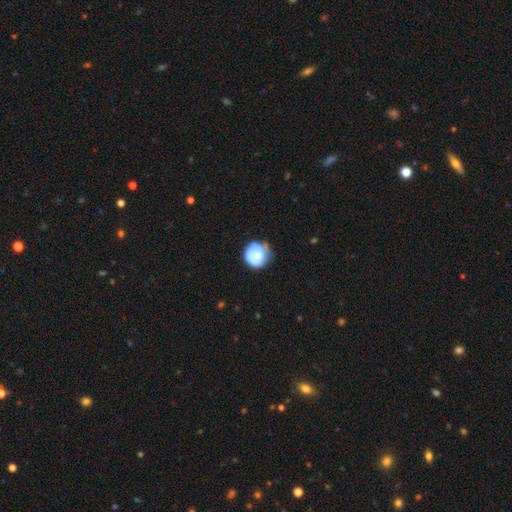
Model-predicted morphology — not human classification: smooth-or-featured: smooth: 57% | featured or disk: 36% | star or artifact: 7%
  how-rounded: round: 91% | in between: 8% | cigar-shaped: 1%
  merging: none: 63% | minor disturbance: 26% | major disturbance: 8% | merger: 2%